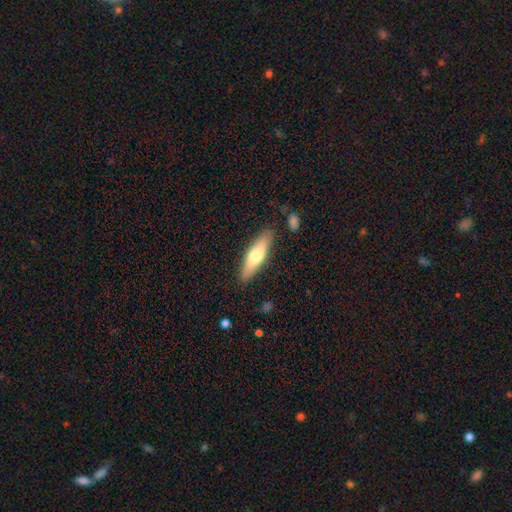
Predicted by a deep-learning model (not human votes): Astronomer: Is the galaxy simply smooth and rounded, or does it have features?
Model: smooth — 61%.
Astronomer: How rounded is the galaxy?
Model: cigar-shaped — 65%.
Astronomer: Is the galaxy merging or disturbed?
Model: none — 85%.